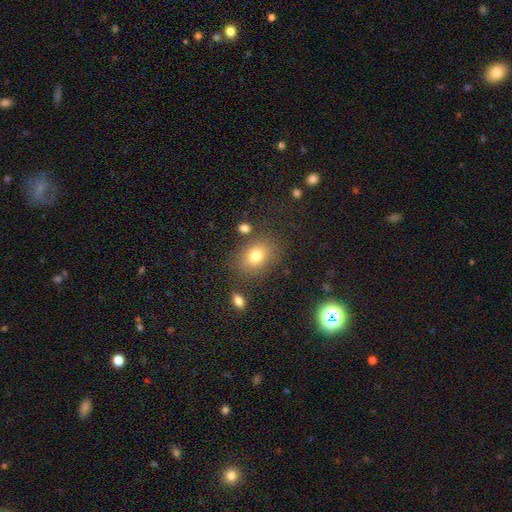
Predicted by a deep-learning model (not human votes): Morphology: type=smooth (78%); roundness=in between (63%); merging=none (77%).